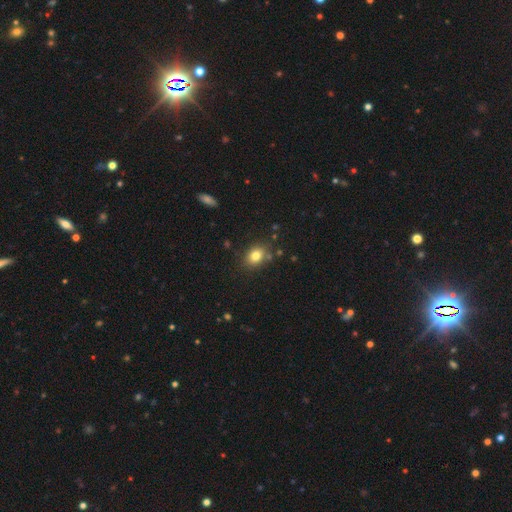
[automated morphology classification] Q: Smooth or featured?
A: smooth (80%); runner-up: star or artifact (11%)
Q: How rounded?
A: in between (55%); runner-up: round (44%)
Q: Merging?
A: none (81%); runner-up: minor disturbance (12%)